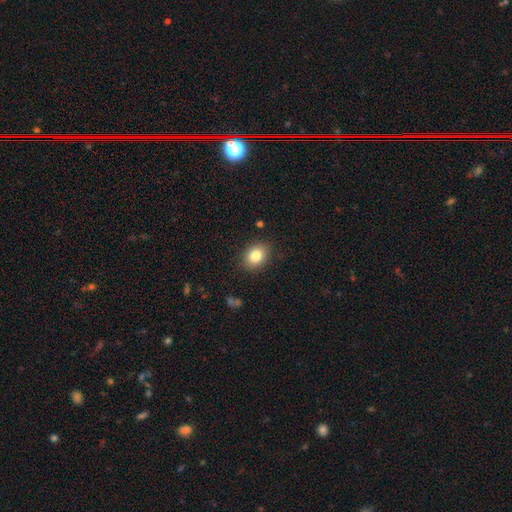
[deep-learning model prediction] Overall: smooth (83%). How rounded: in between (63%; round 36%). Merging: none (87%).